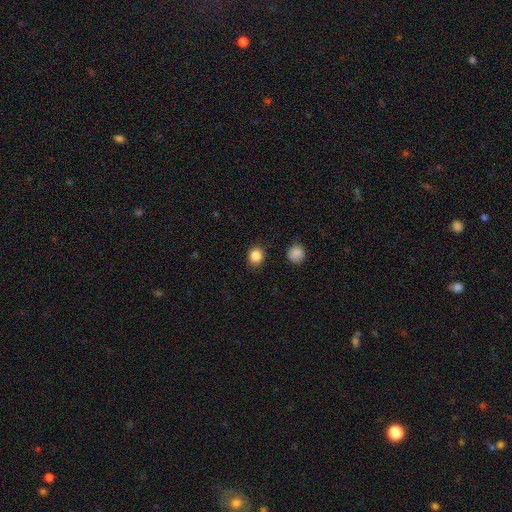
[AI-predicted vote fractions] A smooth galaxy with no disk features (86%) that is round (77%).

Vote fractions:
- Smooth or featured? smooth: 86% / star or artifact: 10% / featured or disk: 4%
- How rounded? round: 77% / in between: 22% / cigar-shaped: 1%
- Merging? none: 87% / minor disturbance: 8% / major disturbance: 3% / merger: 2%